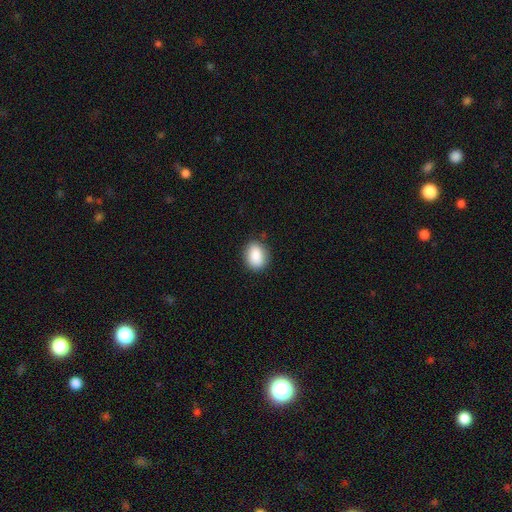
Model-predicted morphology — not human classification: Smooth or featured?
  - smooth: 88% *
  - star or artifact: 7%
  - featured or disk: 5%
How rounded?
  - in between: 67% *
  - round: 31%
  - cigar-shaped: 1%
Merging?
  - none: 85% *
  - minor disturbance: 11%
  - major disturbance: 3%
  - merger: 1%